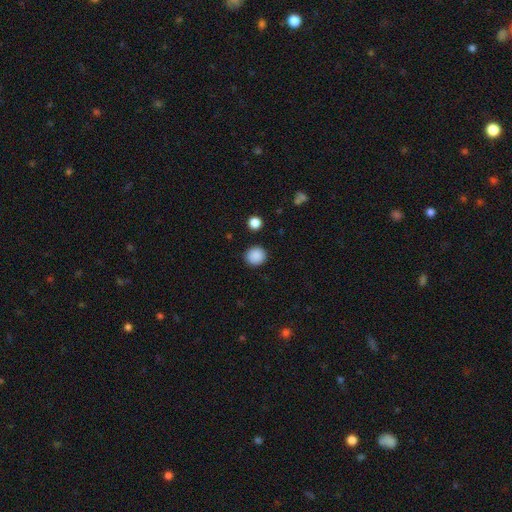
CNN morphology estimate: A smooth galaxy with no disk features (88%) that is round (91%). Merging: none (90%).